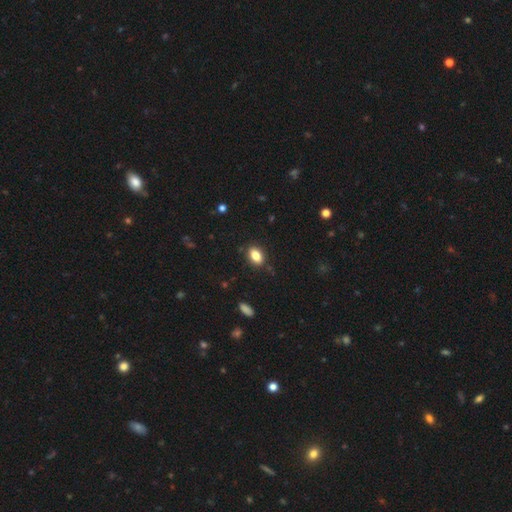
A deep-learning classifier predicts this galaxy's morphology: The model was most divided on "merging": none: 85%, minor disturbance: 11%, major disturbance: 2%, merger: 2%. More confident: how rounded — in between (87%); smooth or featured — smooth (85%).